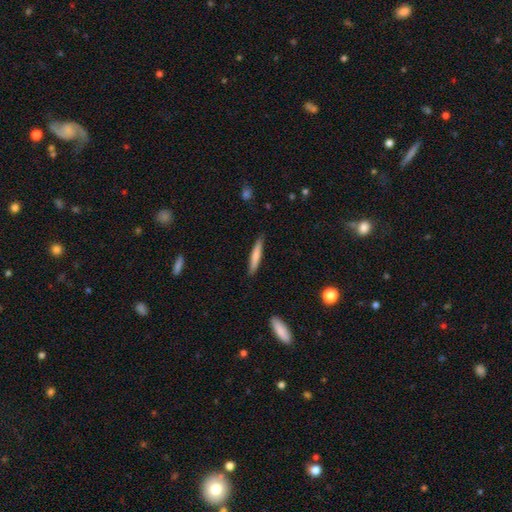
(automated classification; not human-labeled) The model was most divided on "smooth or featured": smooth: 73%, featured or disk: 21%, star or artifact: 6%. More confident: how rounded — cigar-shaped (93%); merging — none (88%).